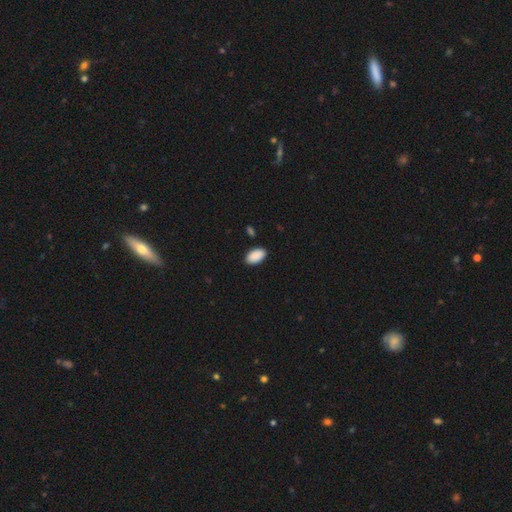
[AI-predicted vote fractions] A smooth galaxy with no disk features (91%) that is in between round and cigar-shaped (95%). Merging: none (88%).